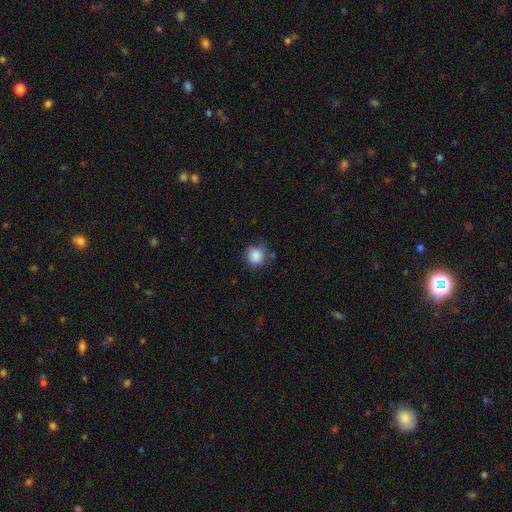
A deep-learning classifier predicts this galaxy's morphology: This is clearly a smooth galaxy (88%). How rounded: clearly round (90%). Merging: likely none (77%).